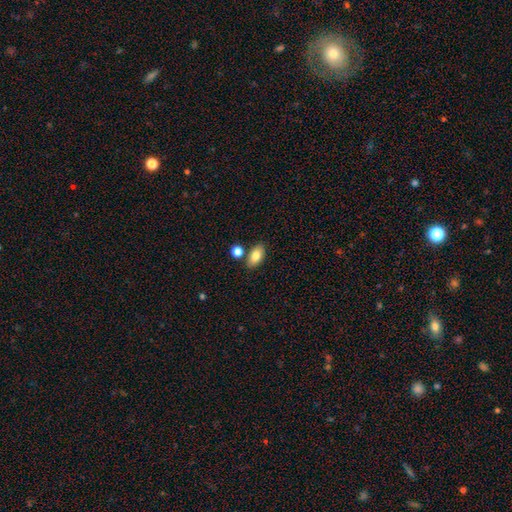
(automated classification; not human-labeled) This is clearly a smooth galaxy (82%). How rounded: clearly in between (91%). Merging: likely none (79%).